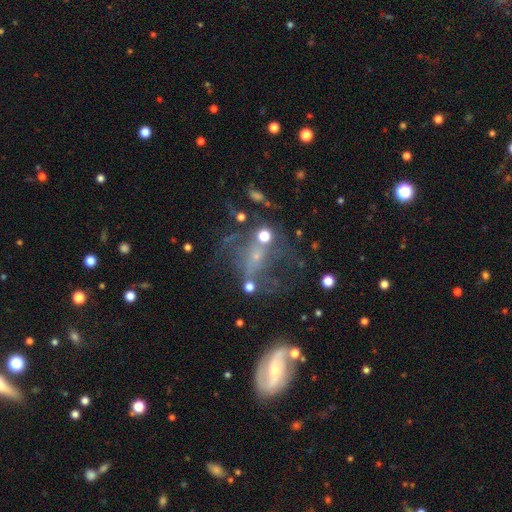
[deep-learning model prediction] smooth_or_featured: featured or disk (p=0.59) [alt: star or artifact p=0.21]
disk_edge_on: no (p=0.94) [alt: yes p=0.06]
bar: no (p=0.57) [alt: weak p=0.27]
has_spiral_arms: yes (p=0.54) [alt: no p=0.46]
bulge_size: small (p=0.64) [alt: moderate p=0.20]
merging: none (p=0.38) [alt: major disturbance p=0.29]